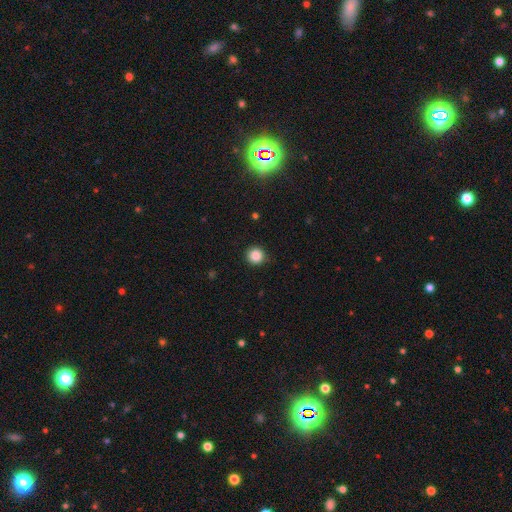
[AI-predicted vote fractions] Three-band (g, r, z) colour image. It shows a smooth galaxy with no disk features (86%) that is round (95%). Merging: none (91%).